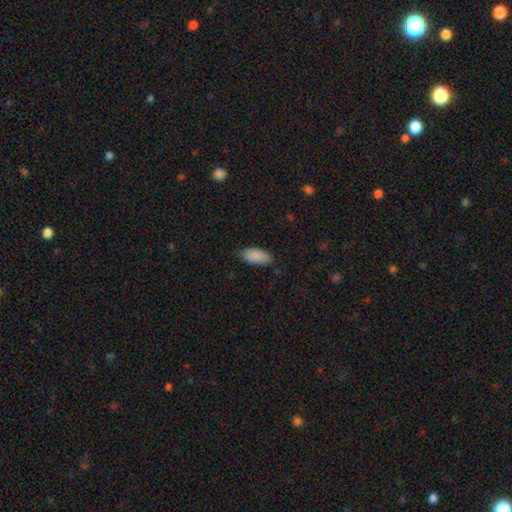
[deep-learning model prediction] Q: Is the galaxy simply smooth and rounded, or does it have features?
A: smooth — 89%.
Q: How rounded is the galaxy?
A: in between — 90%.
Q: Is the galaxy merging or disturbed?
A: none — 82%.